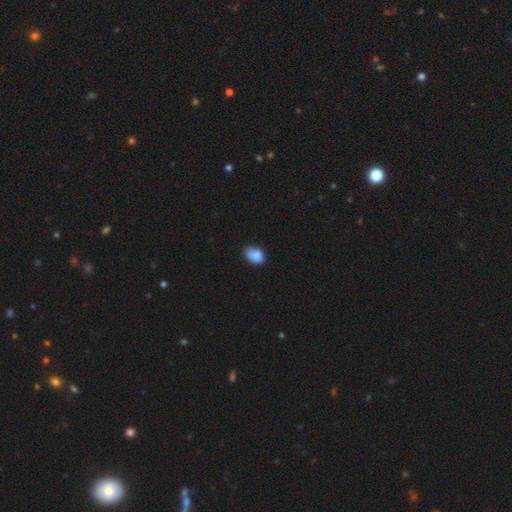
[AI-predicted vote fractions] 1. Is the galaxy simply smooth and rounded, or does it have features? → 83% smooth, 9% star or artifact, 8% featured or disk.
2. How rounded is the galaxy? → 80% in between, 19% round, 1% cigar-shaped.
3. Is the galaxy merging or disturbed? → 59% none, 31% minor disturbance, 6% major disturbance, 4% merger.